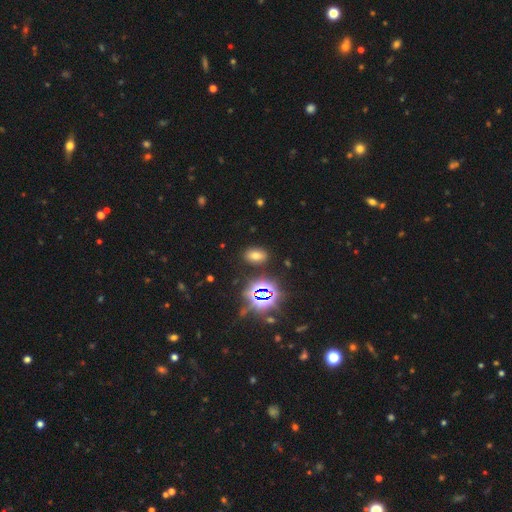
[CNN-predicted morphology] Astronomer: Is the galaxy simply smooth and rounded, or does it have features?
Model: smooth — 58%.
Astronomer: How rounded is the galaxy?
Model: in between — 85%.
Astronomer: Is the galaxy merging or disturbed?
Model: none — 86%.